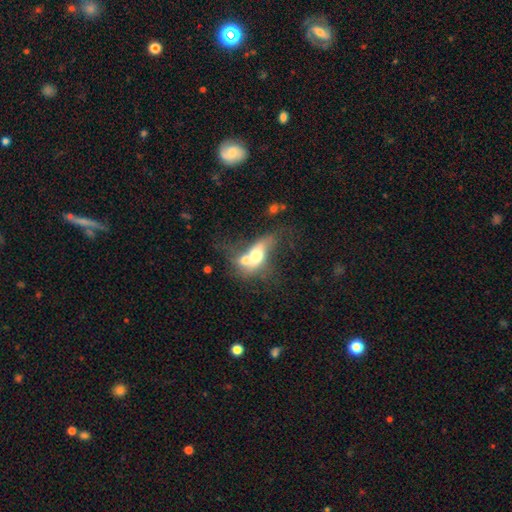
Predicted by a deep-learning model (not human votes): smooth_or_featured: smooth (p=0.53) [alt: featured or disk p=0.39]
how_rounded: in between (p=0.71) [alt: round p=0.19]
merging: merger (p=0.67) [alt: none p=0.13]